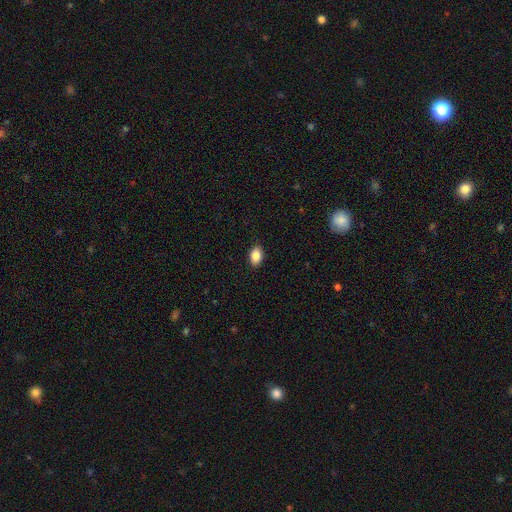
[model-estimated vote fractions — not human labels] This is clearly a smooth galaxy (87%). How rounded: clearly in between (87%). Merging: clearly none (89%).